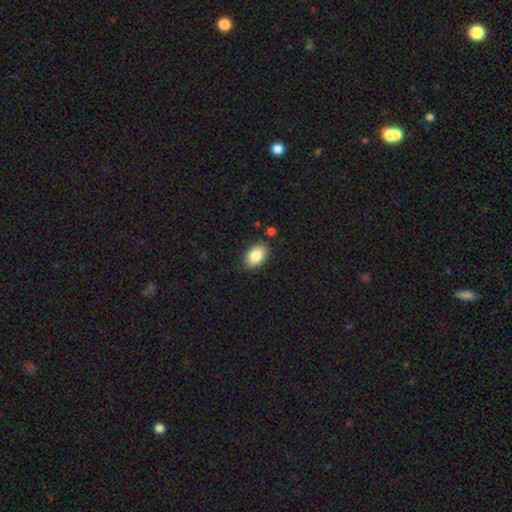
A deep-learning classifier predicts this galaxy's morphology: Q: Smooth or featured?
A: smooth (85%); runner-up: featured or disk (8%)
Q: How rounded?
A: in between (91%); runner-up: round (8%)
Q: Merging?
A: none (85%); runner-up: minor disturbance (10%)